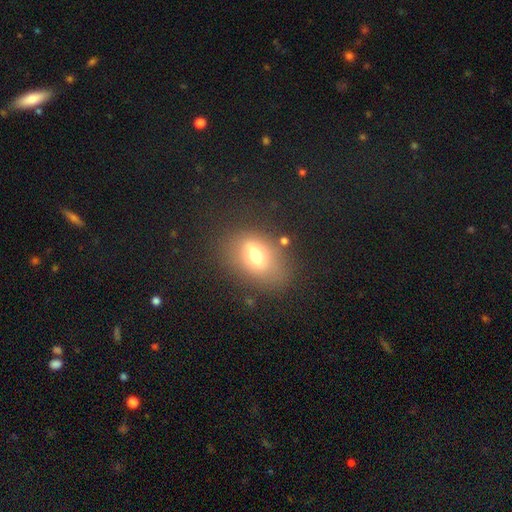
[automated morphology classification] Overall: smooth (62%; featured or disk 25%). How rounded: in between (78%). Merging: none (70%).